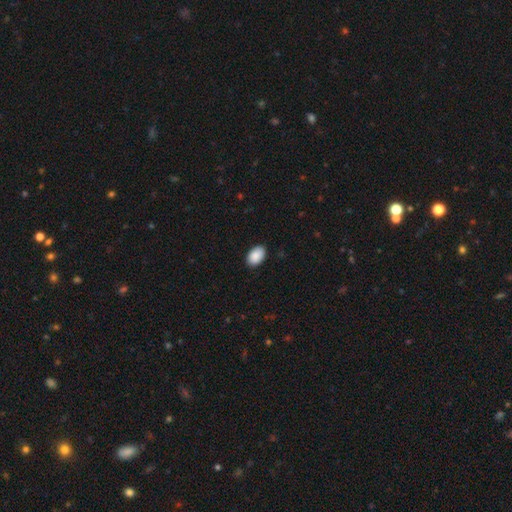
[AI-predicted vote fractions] smooth 91%, star or artifact 6%, featured or disk 3%. Down the decision tree: how rounded — in between (92%); merging — none (89%).